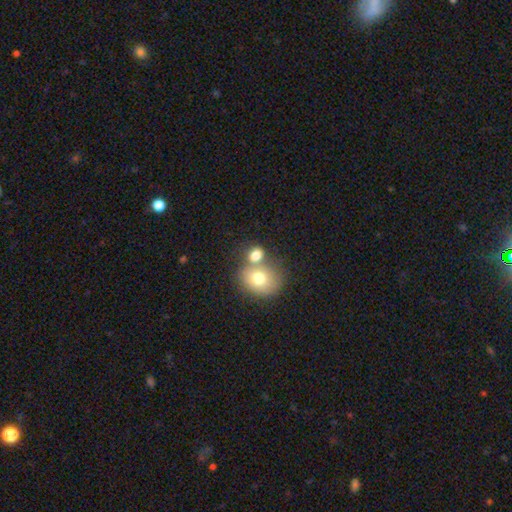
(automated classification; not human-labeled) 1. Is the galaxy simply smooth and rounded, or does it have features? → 75% smooth, 15% featured or disk, 10% star or artifact.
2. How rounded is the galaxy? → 54% round, 45% in between, 1% cigar-shaped.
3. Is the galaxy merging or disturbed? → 47% merger, 39% none, 9% minor disturbance, 4% major disturbance.